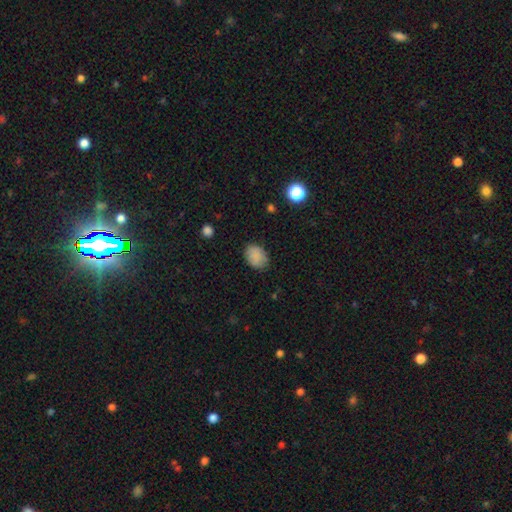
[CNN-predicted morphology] This is clearly a smooth galaxy (87%). How rounded: likely in between (69%). Merging: clearly none (82%).